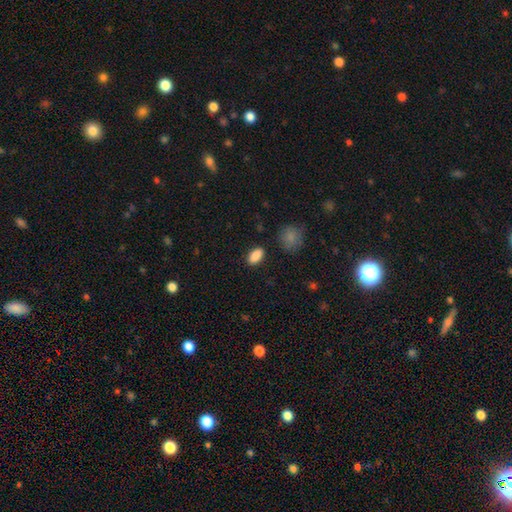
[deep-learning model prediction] The model was most divided on "merging": none: 88%, minor disturbance: 8%, major disturbance: 2%, merger: 2%. More confident: how rounded — in between (90%); smooth or featured — smooth (89%).